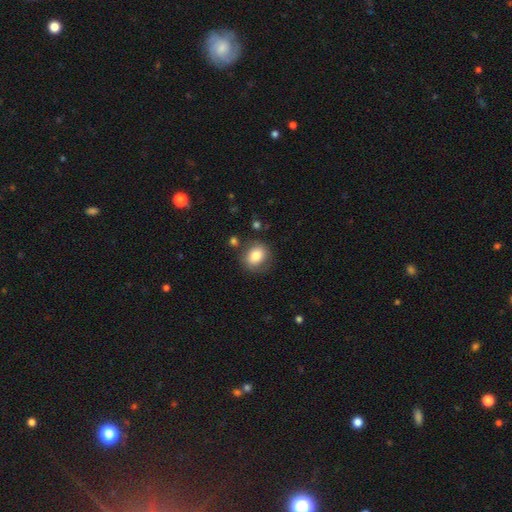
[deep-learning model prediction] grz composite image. It shows a smooth galaxy with no disk features (80%) that is round (55%). Merging: none (77%).